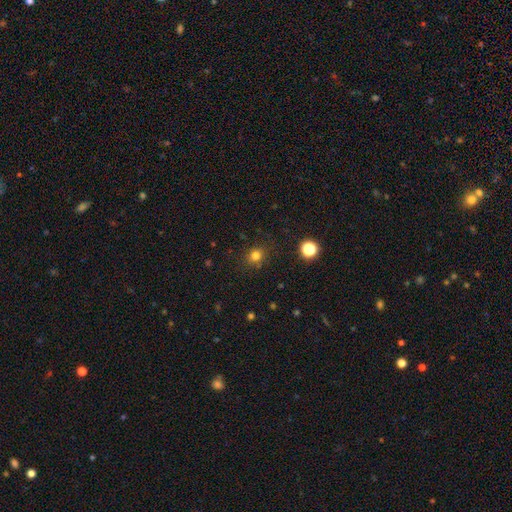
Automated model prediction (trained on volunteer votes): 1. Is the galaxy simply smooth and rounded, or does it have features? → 78% smooth, 16% star or artifact, 6% featured or disk.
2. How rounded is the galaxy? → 79% round, 20% in between, 1% cigar-shaped.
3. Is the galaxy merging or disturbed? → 84% none, 11% minor disturbance, 3% major disturbance, 2% merger.